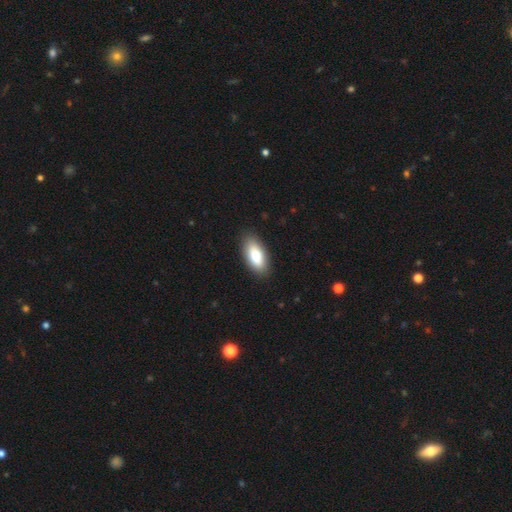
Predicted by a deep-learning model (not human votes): A smooth galaxy with no disk features (79%) that is in between round and cigar-shaped (88%). Merging: none (88%).